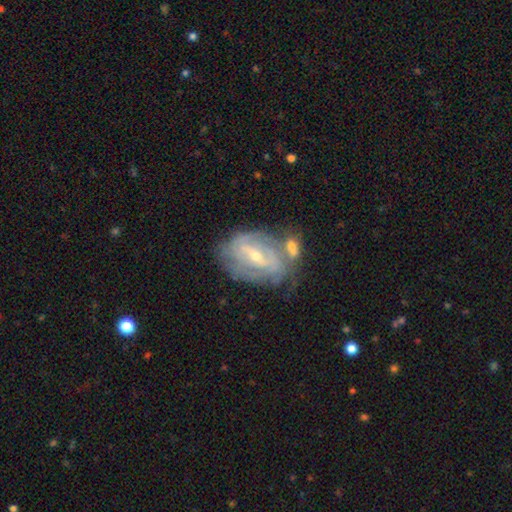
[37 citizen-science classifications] smooth-or-featured: featured or disk: 97% | star or artifact: 3% | smooth: 0%
  disk-edge-on: no: 94% | yes: 6%
    bar: weak: 50% | strong: 38% | no: 12%
    has-spiral-arms: yes: 88% | no: 12%
      spiral-winding: tight: 73% | medium: 20% | loose: 7%
      spiral-arm-count: 4: 30% (tied) | can't tell: 30% (tied) | 2: 23% | 3: 13% | more than 4: 3% | 1: 0%
    bulge-size: small: 65% | moderate: 29% | large: 6% | dominant: 0% | none: 0%
  merging: none: 61% | minor disturbance: 14% | major disturbance: 14% | merger: 11%